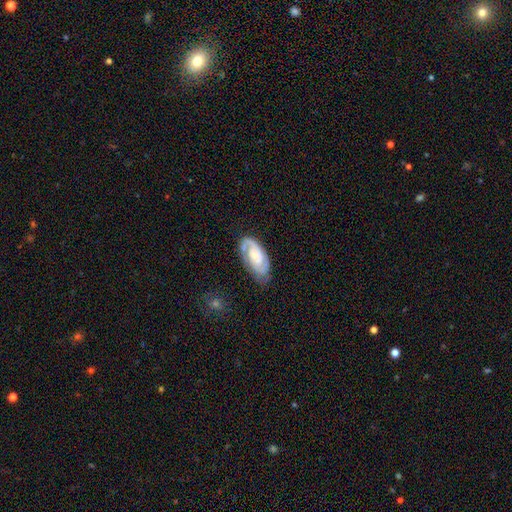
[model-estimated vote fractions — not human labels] Morphology: type=featured or disk (74%); edge-on=no (96%); bar=no (64%); spiral arms=yes (93%); winding=tight (59%); arm count=2 (62%); bulge=small (44%); merging=none (69%).